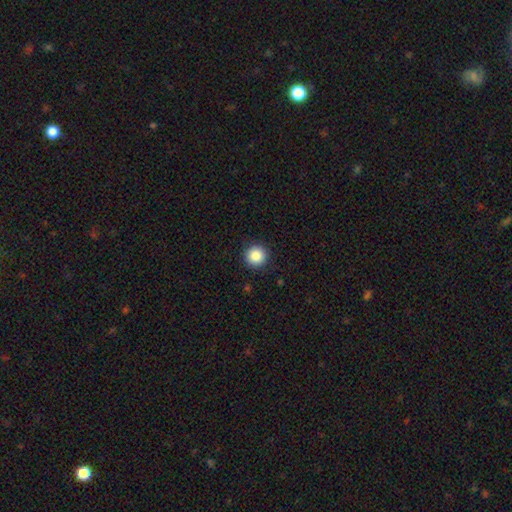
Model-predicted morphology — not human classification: smooth_or_featured: smooth (p=0.86) [alt: star or artifact p=0.10]
how_rounded: round (p=0.95) [alt: in between p=0.04]
merging: none (p=0.92) [alt: minor disturbance p=0.05]